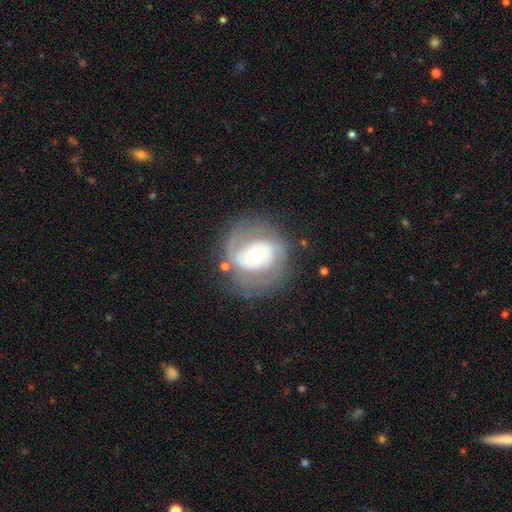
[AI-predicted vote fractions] smooth-or-featured: featured or disk: 77% | smooth: 17% | star or artifact: 6%
  disk-edge-on: no: 97% | yes: 3%
    bar: no: 58% | weak: 31% | strong: 12%
    has-spiral-arms: yes: 85% | no: 15%
      spiral-winding: tight: 48% | medium: 38% | loose: 15%
      spiral-arm-count: 2: 68% | can't tell: 15% | 1: 7% | 3: 6% | 4: 2% | more than 4: 2%
    bulge-size: moderate: 60% | small: 29% | large: 9% | dominant: 1% | none: 1%
  merging: none: 69% | minor disturbance: 16% | major disturbance: 12% | merger: 3%